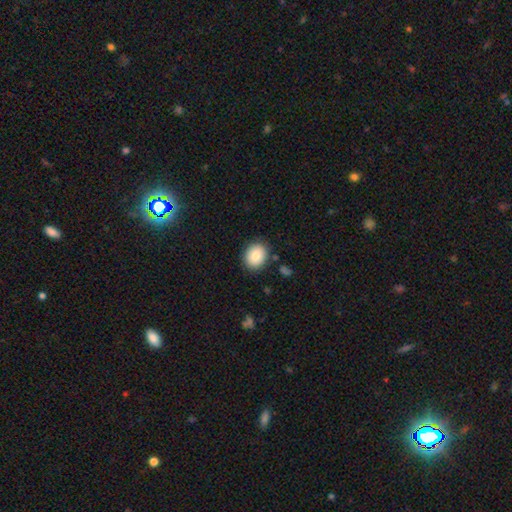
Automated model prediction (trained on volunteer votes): smooth_or_featured: smooth (p=0.86) [alt: star or artifact p=0.07]
how_rounded: round (p=0.55) [alt: in between p=0.45]
merging: none (p=0.86) [alt: minor disturbance p=0.09]